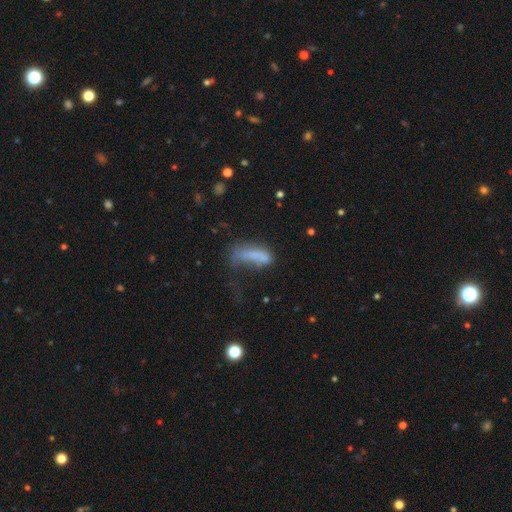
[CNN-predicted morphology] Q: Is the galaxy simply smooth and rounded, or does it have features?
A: smooth — 64%.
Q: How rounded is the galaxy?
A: in between — 58%.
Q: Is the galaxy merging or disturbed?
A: major disturbance — 47%.